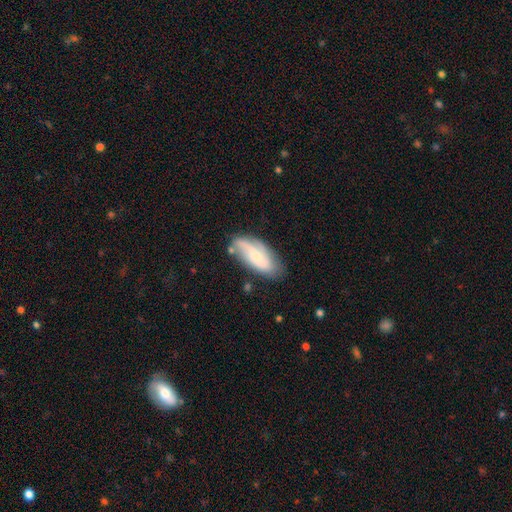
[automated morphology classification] A featured or disk galaxy (58%) with no bar (54%), spiral arms (87%) and a small central bulge (54%).

Vote fractions:
- Smooth or featured? featured or disk: 58% / smooth: 35% / star or artifact: 7%
- Edge-on disk? no: 90% / yes: 10%
- Bar? no: 54% / weak: 36% / strong: 10%
- Spiral arms? yes: 87% / no: 13%
- Bulge size? small: 54% / moderate: 32% / none: 9% / large: 4% / dominant: 1%
- Merging? none: 67% / minor disturbance: 22% / major disturbance: 7% / merger: 4%